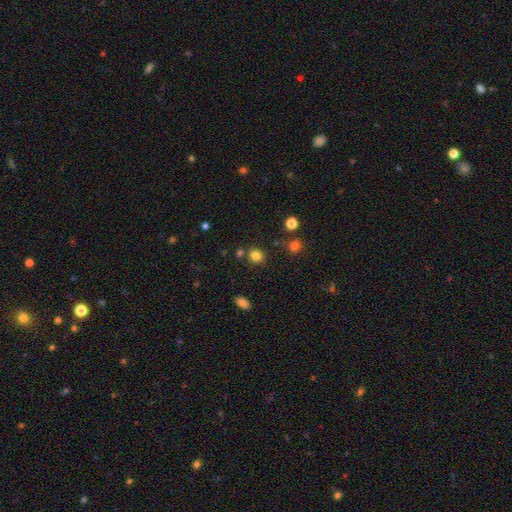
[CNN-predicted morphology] Overall: smooth (81%). How rounded: round (82%). Merging: none (80%).